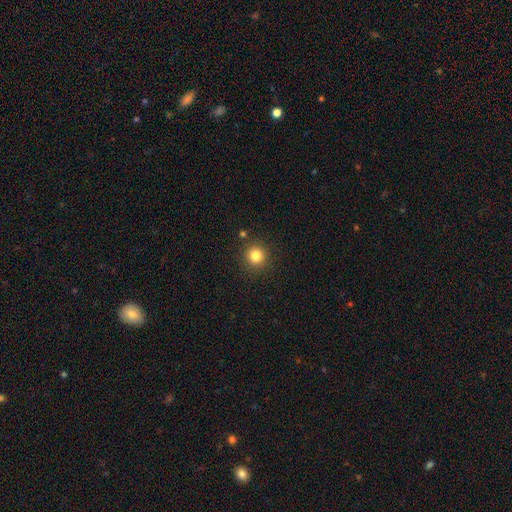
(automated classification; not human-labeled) A smooth galaxy with no disk features (82%) that is round (94%). Merging: none (89%).